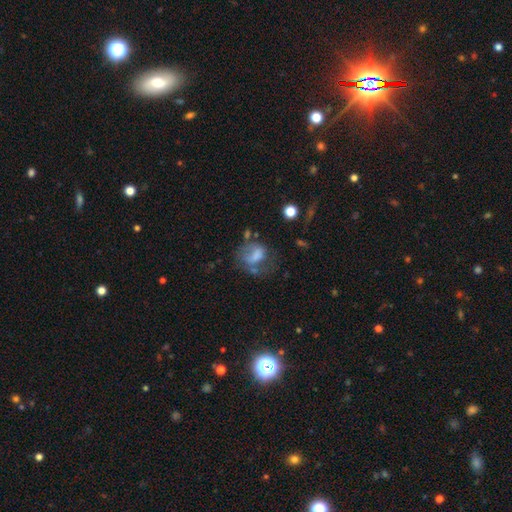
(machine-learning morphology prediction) This is possibly a smooth galaxy (56%). How rounded: possibly in between (58%). Merging: marginally major disturbance (36%).